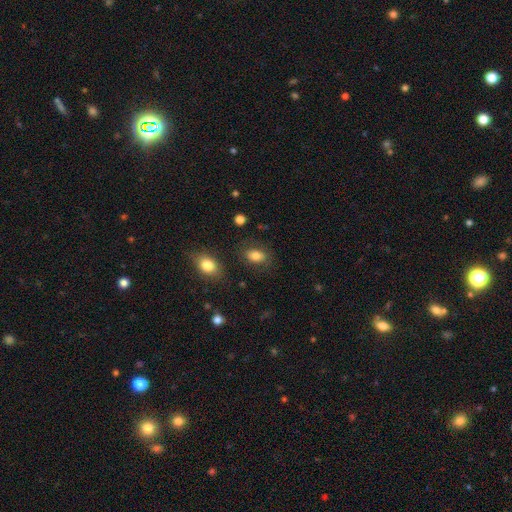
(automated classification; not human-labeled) Smooth or featured?
  - smooth: 80% *
  - featured or disk: 10%
  - star or artifact: 10%
How rounded?
  - in between: 80% *
  - round: 18%
  - cigar-shaped: 1%
Merging?
  - none: 78% *
  - minor disturbance: 14%
  - major disturbance: 5%
  - merger: 3%